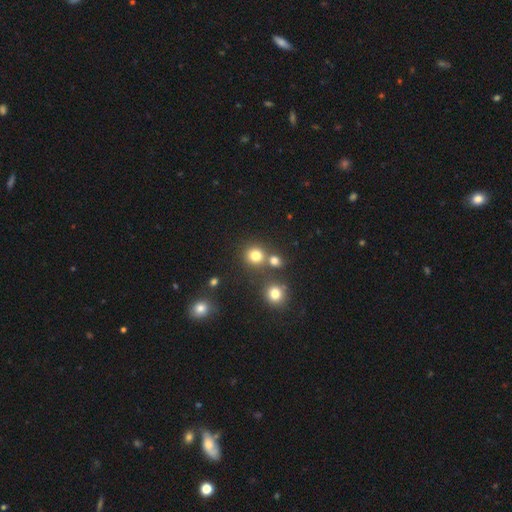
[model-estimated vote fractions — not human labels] Smooth or featured?
  - smooth: 77% *
  - star or artifact: 16%
  - featured or disk: 7%
How rounded?
  - round: 89% *
  - in between: 10%
  - cigar-shaped: 1%
Merging?
  - none: 69% *
  - merger: 19%
  - minor disturbance: 8%
  - major disturbance: 3%